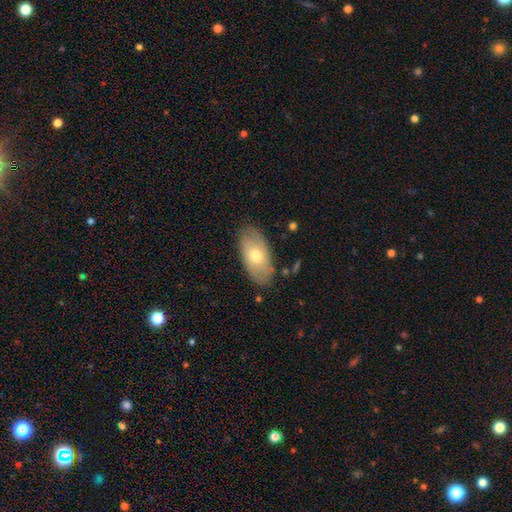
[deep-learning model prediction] A smooth galaxy with no disk features (58%) that is in between round and cigar-shaped (93%). Merging: none (81%).